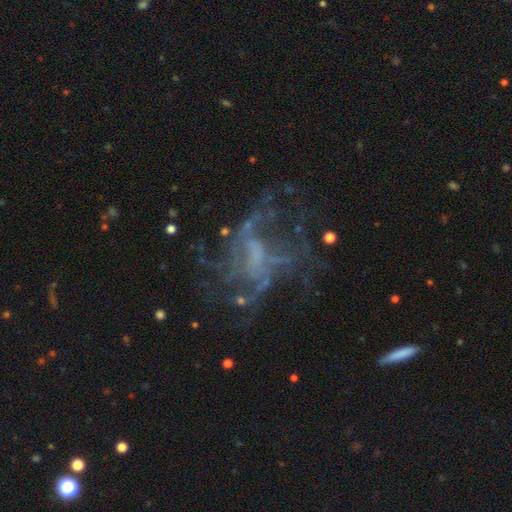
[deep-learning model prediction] A featured or disk galaxy (72%) with no bar (54%), spiral arms (62%) and no central bulge (53%). Merging: none (45%).